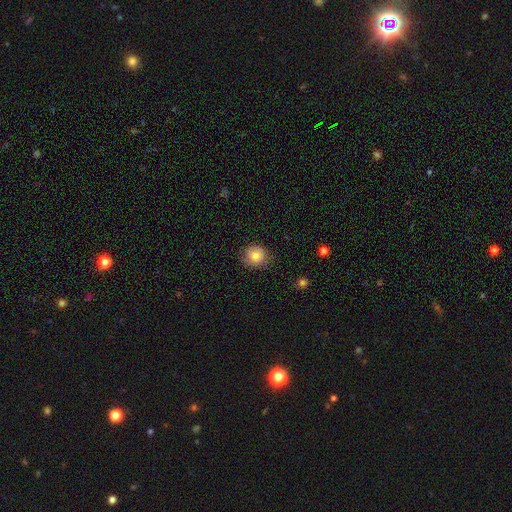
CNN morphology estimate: Q: Smooth or featured?
A: smooth (75%); runner-up: featured or disk (16%)
Q: How rounded?
A: round (84%); runner-up: in between (15%)
Q: Merging?
A: none (73%); runner-up: minor disturbance (21%)